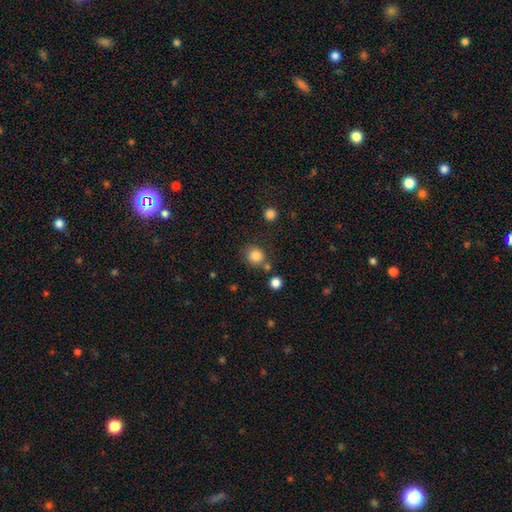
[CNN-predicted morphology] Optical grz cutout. It shows a smooth galaxy with no disk features (84%) that is round (85%). Merging: none (76%).